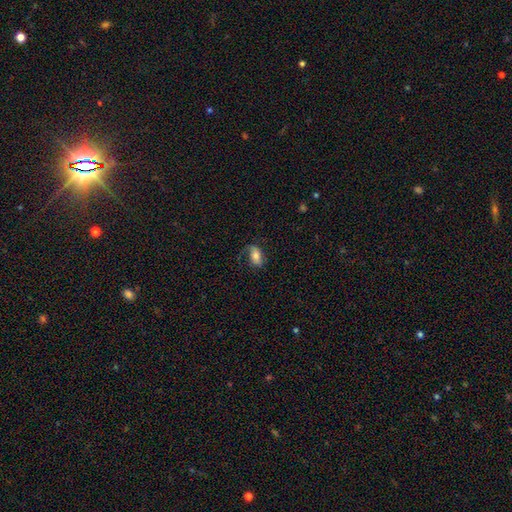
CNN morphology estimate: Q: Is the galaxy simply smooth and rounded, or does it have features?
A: smooth — 59%.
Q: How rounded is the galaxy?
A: in between — 89%.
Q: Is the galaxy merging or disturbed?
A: none — 58%.